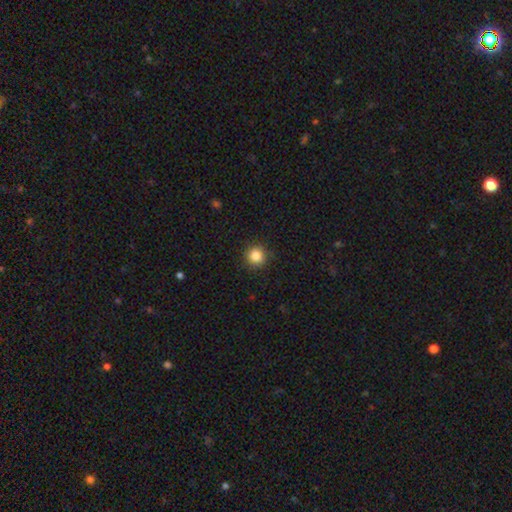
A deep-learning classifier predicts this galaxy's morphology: smooth 85%, star or artifact 11%, featured or disk 4%. Down the decision tree: how rounded — round (94%); merging — none (90%).